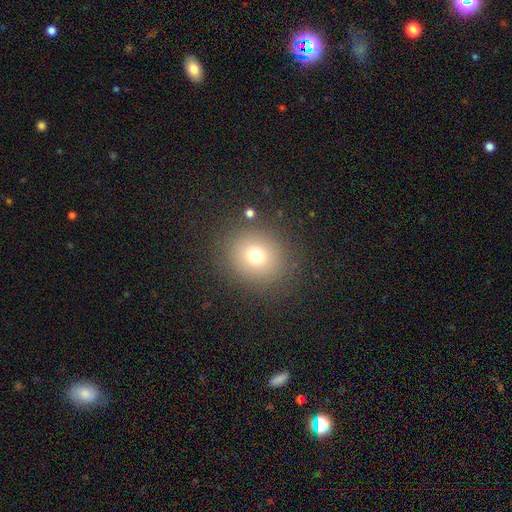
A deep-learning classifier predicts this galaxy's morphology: Q: Smooth or featured?
A: smooth (72%); runner-up: star or artifact (16%)
Q: How rounded?
A: round (81%); runner-up: in between (18%)
Q: Merging?
A: none (86%); runner-up: minor disturbance (8%)